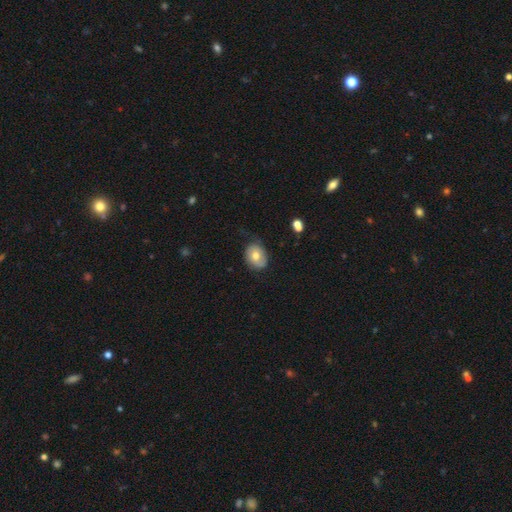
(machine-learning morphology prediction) This is likely a smooth galaxy (65%). How rounded: likely in between (60%). Merging: likely none (63%).